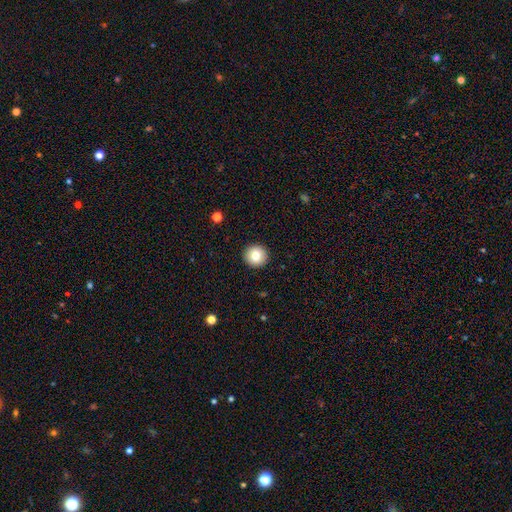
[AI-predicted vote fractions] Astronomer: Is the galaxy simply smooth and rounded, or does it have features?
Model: smooth — 80%.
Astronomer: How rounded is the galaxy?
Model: round — 95%.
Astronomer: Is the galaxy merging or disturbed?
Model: none — 93%.